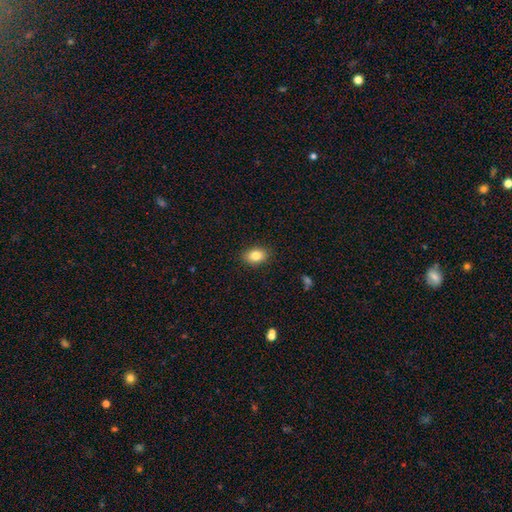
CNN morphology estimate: This is clearly a smooth galaxy (84%). How rounded: likely in between (79%). Merging: clearly none (88%).